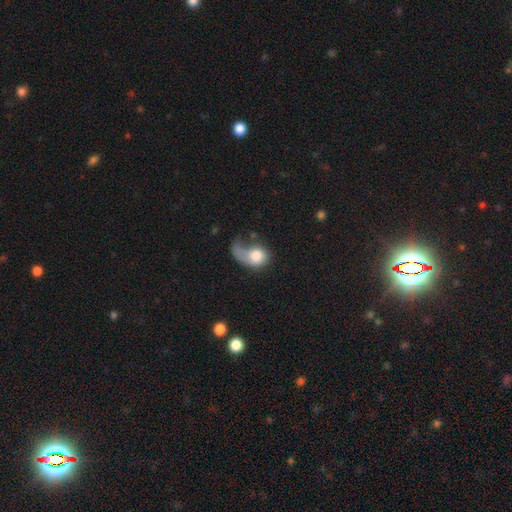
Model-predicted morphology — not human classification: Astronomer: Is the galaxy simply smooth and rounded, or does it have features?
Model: smooth — 66%.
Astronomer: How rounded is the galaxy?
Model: in between — 55% (runner-up: round, 43%).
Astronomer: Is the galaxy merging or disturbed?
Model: major disturbance — 57%.